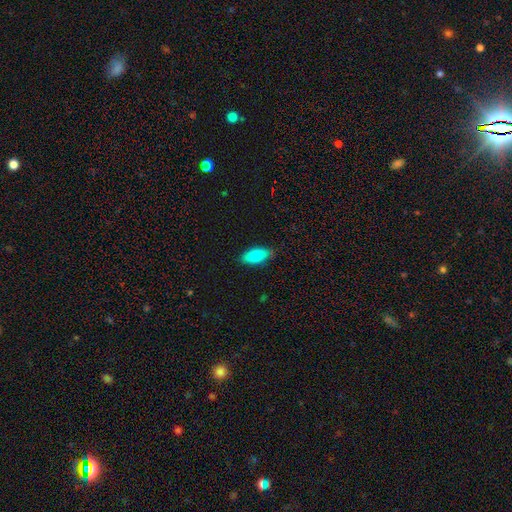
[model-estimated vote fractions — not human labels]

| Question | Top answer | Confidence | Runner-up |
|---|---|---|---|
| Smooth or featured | smooth | 82% | featured or disk (11%) |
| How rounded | in between | 85% | cigar-shaped (13%) |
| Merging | none | 84% | minor disturbance (13%) |